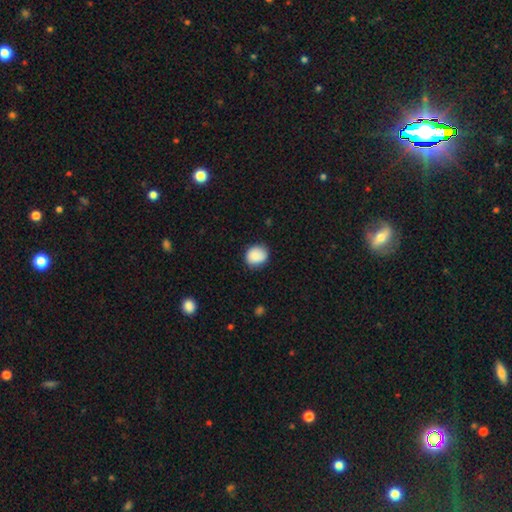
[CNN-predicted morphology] Smooth or featured? Predicted: smooth (p=0.88). How rounded? Predicted: round (p=0.74). Merging? Predicted: none (p=0.81).